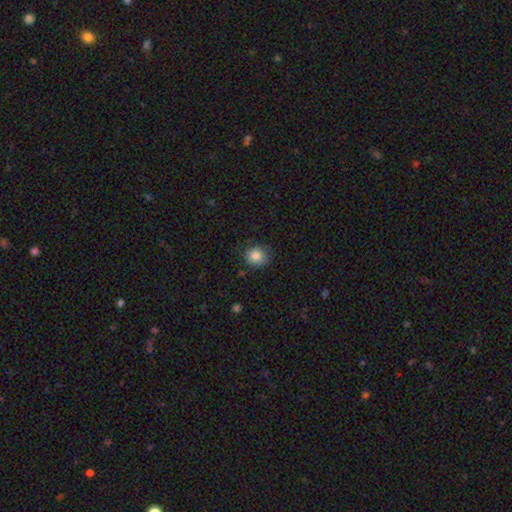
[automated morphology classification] A smooth galaxy with no disk features (84%) that is round (84%).

Vote fractions:
- Smooth or featured? smooth: 84% / star or artifact: 10% / featured or disk: 6%
- How rounded? round: 84% / in between: 15% / cigar-shaped: 1%
- Merging? none: 84% / minor disturbance: 12% / major disturbance: 3% / merger: 1%